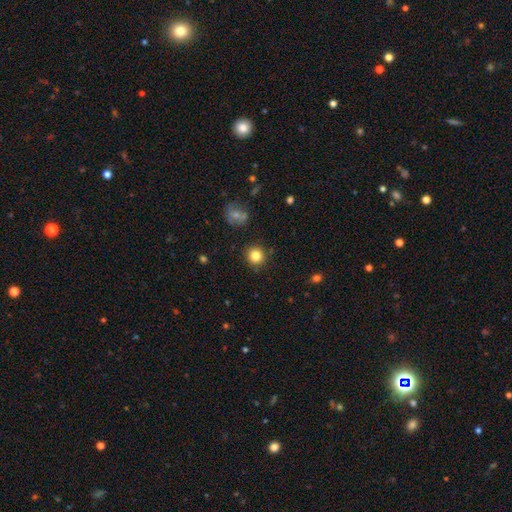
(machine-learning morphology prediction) This is clearly a smooth galaxy (83%). How rounded: clearly round (91%). Merging: clearly none (89%).